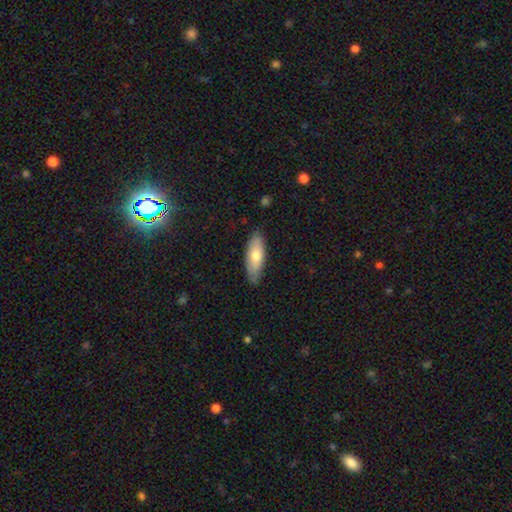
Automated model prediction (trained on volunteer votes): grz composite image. It shows a smooth galaxy with no disk features (69%) that is in between round and cigar-shaped (65%). Merging: none (83%).